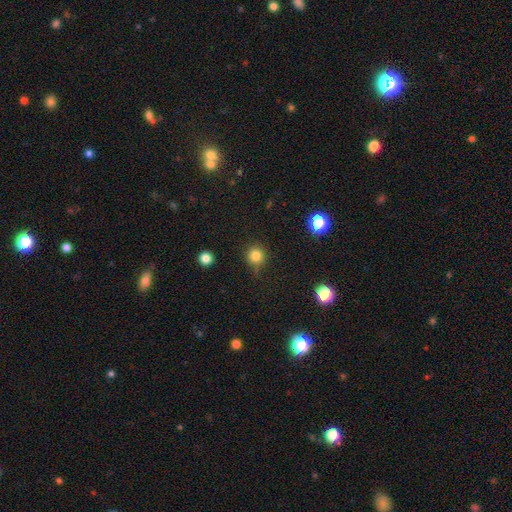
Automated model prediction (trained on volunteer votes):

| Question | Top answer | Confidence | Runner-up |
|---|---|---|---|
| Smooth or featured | smooth | 81% | star or artifact (13%) |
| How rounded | round | 92% | in between (7%) |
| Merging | none | 75% | minor disturbance (18%) |